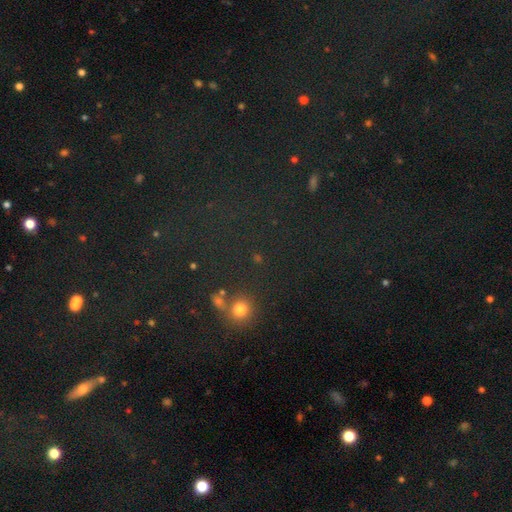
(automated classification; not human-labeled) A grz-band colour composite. It shows a star or artifact, not a galaxy (60%).